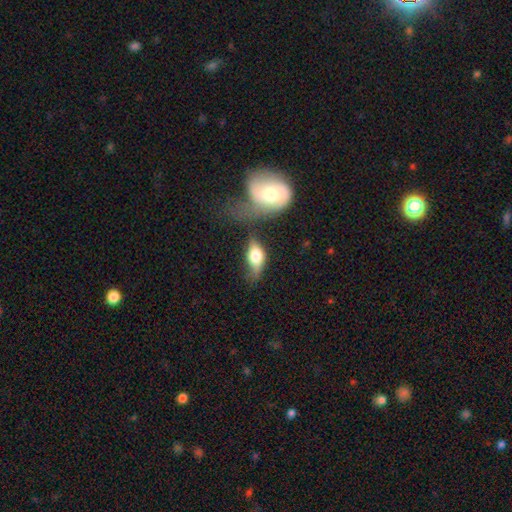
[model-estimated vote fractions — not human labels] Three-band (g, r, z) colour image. It shows a smooth galaxy with no disk features (54%) that is in between round and cigar-shaped (83%). Merging: none (36%).